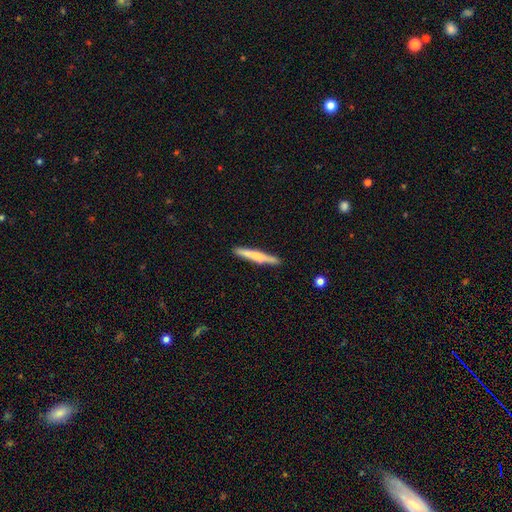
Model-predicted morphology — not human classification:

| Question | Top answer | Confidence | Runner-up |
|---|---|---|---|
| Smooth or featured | smooth | 57% | featured or disk (38%) |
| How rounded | cigar-shaped | 95% | in between (4%) |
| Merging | none | 89% | minor disturbance (8%) |